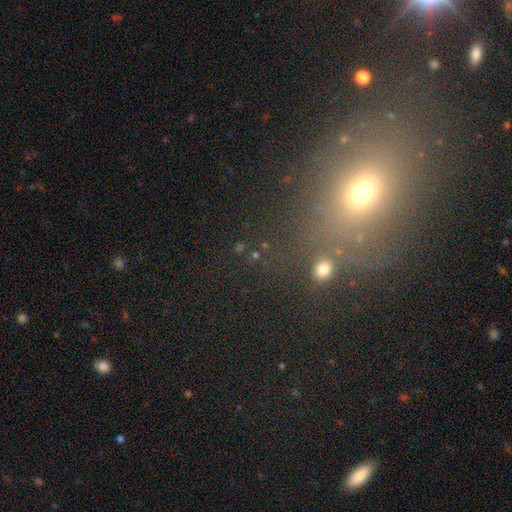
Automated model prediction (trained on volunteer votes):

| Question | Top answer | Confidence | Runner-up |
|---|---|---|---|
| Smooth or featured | smooth | 46% | star or artifact (40%) |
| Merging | none | 71% | minor disturbance (11%) |